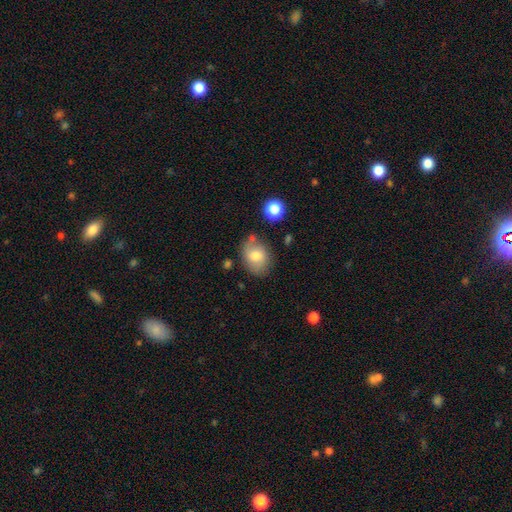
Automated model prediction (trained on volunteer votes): smooth-or-featured: smooth: 71% | featured or disk: 20% | star or artifact: 9%
  how-rounded: in between: 62% | round: 37% | cigar-shaped: 1%
  merging: none: 70% | minor disturbance: 19% | merger: 6% | major disturbance: 5%